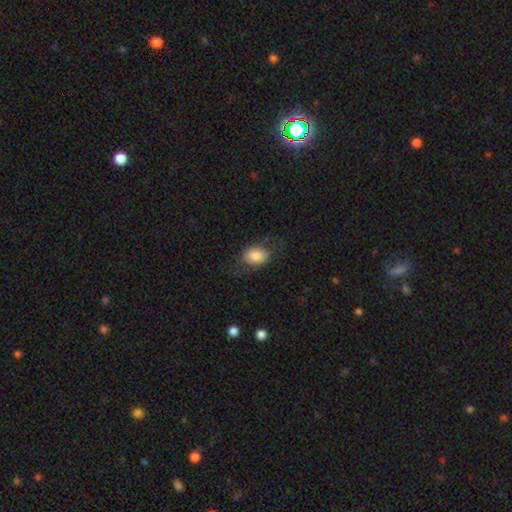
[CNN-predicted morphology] A smooth galaxy with no disk features (81%) that is in between round and cigar-shaped (67%). Merging: none (70%).